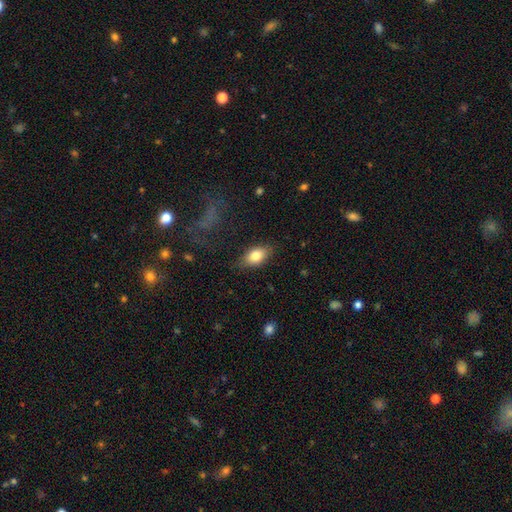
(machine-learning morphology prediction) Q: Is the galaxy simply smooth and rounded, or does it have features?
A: smooth — 81%.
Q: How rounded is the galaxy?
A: in between — 88%.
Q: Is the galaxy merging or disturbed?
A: none — 81%.